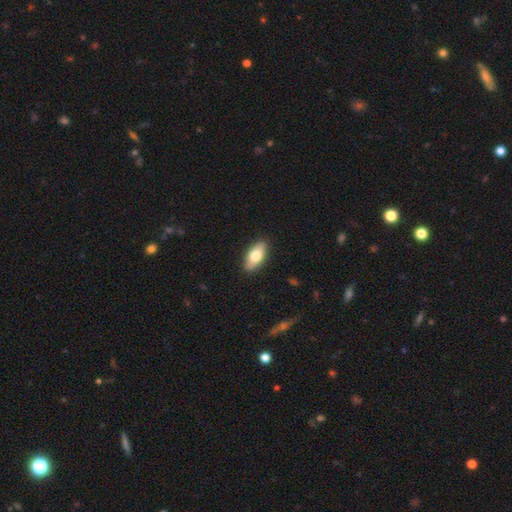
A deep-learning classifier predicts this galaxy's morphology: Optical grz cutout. It shows a smooth galaxy with no disk features (74%) that is in between round and cigar-shaped (89%). Merging: none (89%).